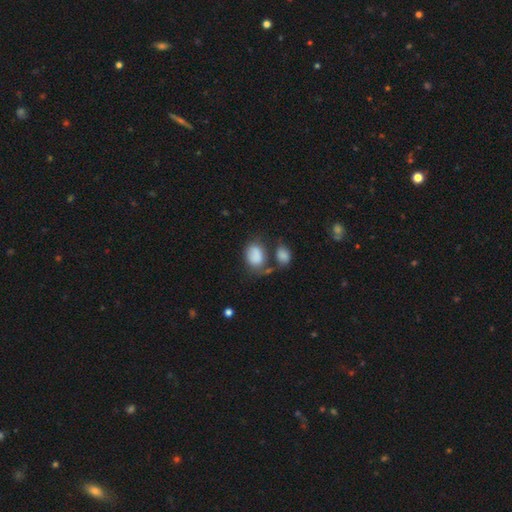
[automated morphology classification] smooth_or_featured: smooth (p=0.84) [alt: featured or disk p=0.08]
how_rounded: in between (p=0.75) [alt: round p=0.24]
merging: none (p=0.37) [alt: merger p=0.28]